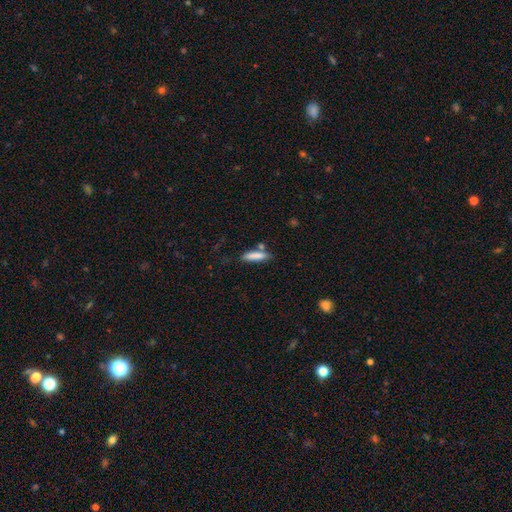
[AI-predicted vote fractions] This is clearly a smooth galaxy (81%). How rounded: likely cigar-shaped (75%). Merging: likely none (66%).